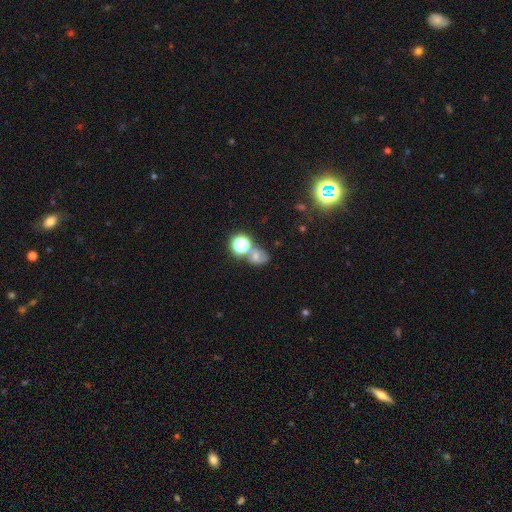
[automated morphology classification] smooth_or_featured: smooth (p=0.42) [alt: star or artifact p=0.41]
merging: none (p=0.47) [alt: merger p=0.34]